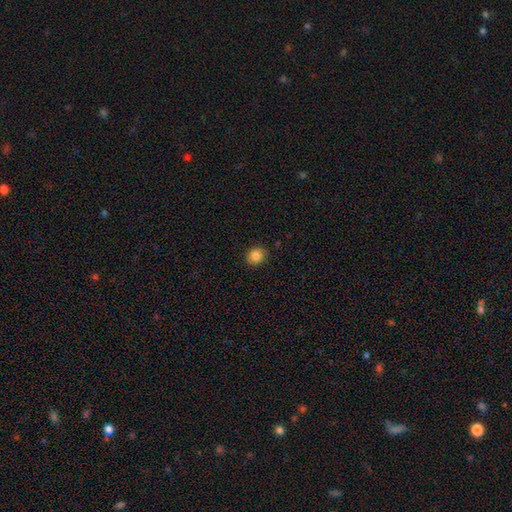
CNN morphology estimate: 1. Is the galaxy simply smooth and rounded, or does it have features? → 84% smooth, 10% star or artifact, 5% featured or disk.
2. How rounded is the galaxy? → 76% round, 23% in between, 1% cigar-shaped.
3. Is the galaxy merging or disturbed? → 88% none, 9% minor disturbance, 2% major disturbance, 1% merger.